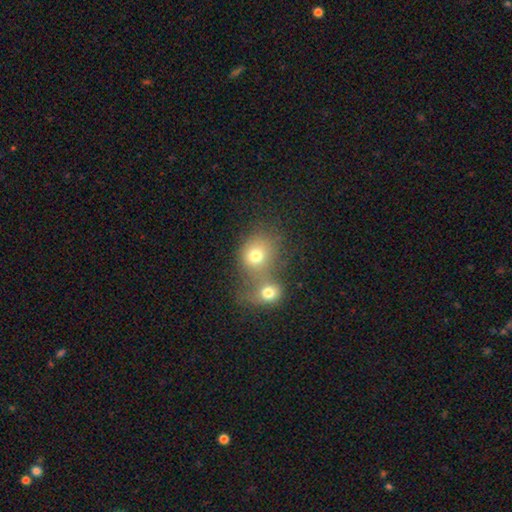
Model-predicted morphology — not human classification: Overall: smooth (73%). How rounded: round (68%; in between 31%). Merging: merger (61%; none 26%).